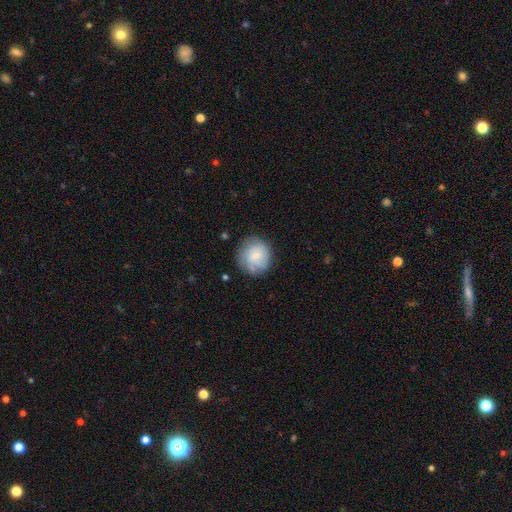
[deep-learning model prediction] smooth-or-featured: smooth: 67% | featured or disk: 26% | star or artifact: 8%
  how-rounded: round: 89% | in between: 10% | cigar-shaped: 1%
  merging: none: 75% | minor disturbance: 17% | major disturbance: 6% | merger: 2%